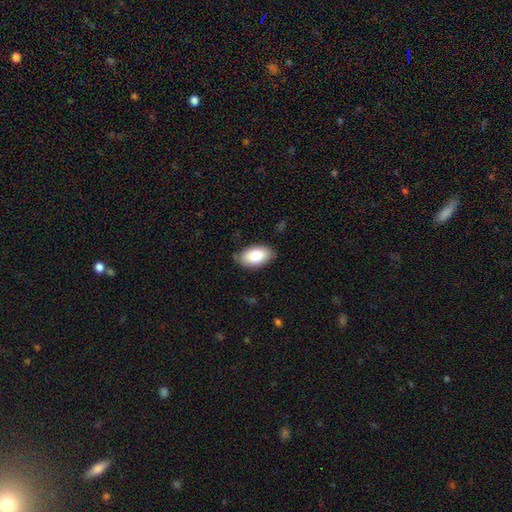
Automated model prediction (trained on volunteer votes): The model was most divided on "merging": none: 79%, minor disturbance: 17%, major disturbance: 3%, merger: 1%. More confident: how rounded — in between (94%); smooth or featured — smooth (84%).